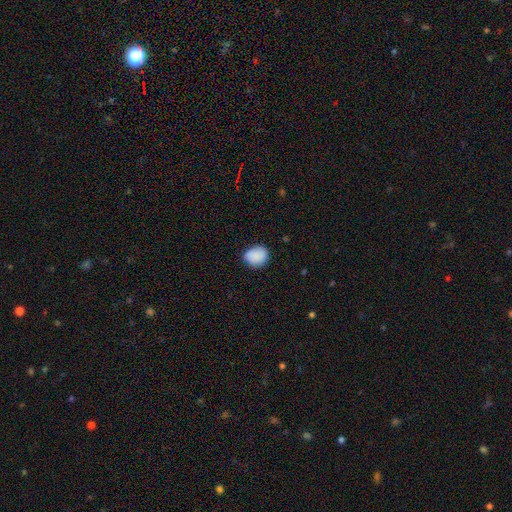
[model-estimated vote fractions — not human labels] smooth-or-featured: smooth: 87% | star or artifact: 8% | featured or disk: 5%
  how-rounded: round: 55% | in between: 44% | cigar-shaped: 1%
  merging: none: 78% | minor disturbance: 18% | major disturbance: 3% | merger: 1%